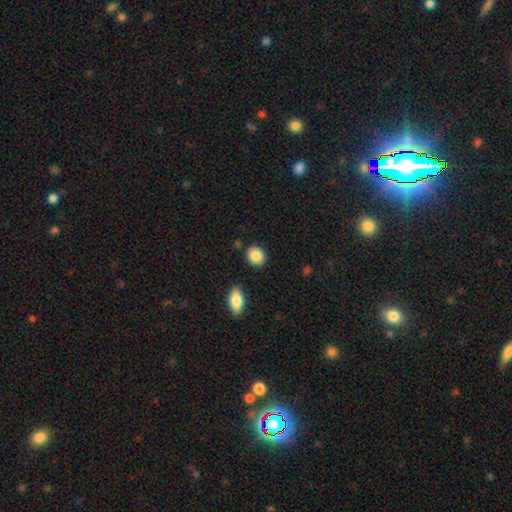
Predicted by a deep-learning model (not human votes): This is clearly a smooth galaxy (87%). How rounded: likely round (64%). Merging: clearly none (86%).